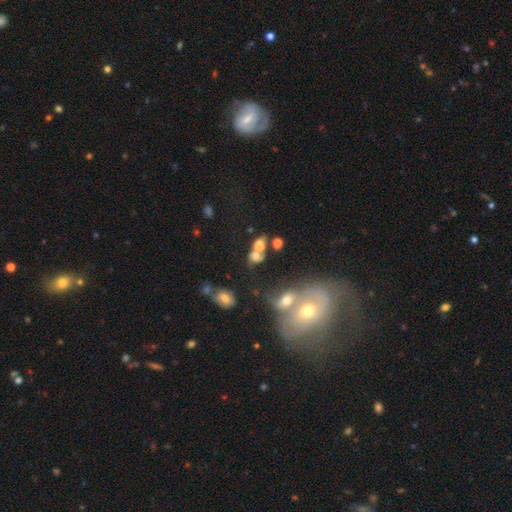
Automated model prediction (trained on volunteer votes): A smooth galaxy with no disk features (63%) that is in between round and cigar-shaped (65%).

Vote fractions:
- Smooth or featured? smooth: 63% / featured or disk: 20% / star or artifact: 16%
- How rounded? in between: 65% / round: 32% / cigar-shaped: 3%
- Merging? merger: 53% / none: 27% / minor disturbance: 11% / major disturbance: 9%